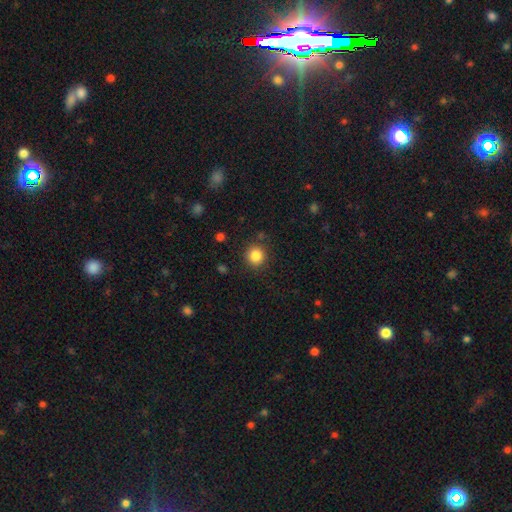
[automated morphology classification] This appears to be a smooth galaxy with no disk features (85%) that is round (93%). Merging: none (88%).